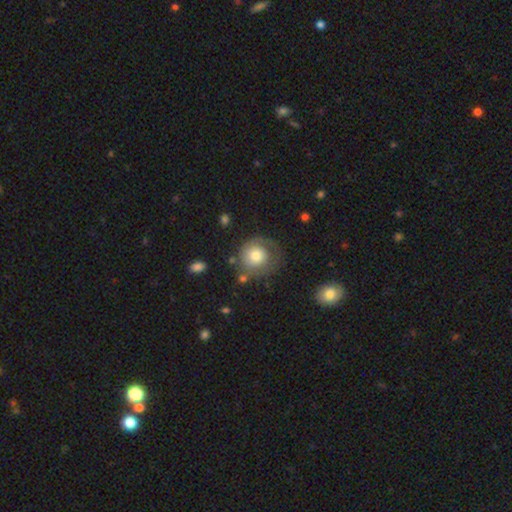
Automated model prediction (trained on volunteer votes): Q: Smooth or featured?
A: smooth (59%); runner-up: featured or disk (33%)
Q: How rounded?
A: round (87%); runner-up: in between (12%)
Q: Merging?
A: none (55%); runner-up: minor disturbance (21%)